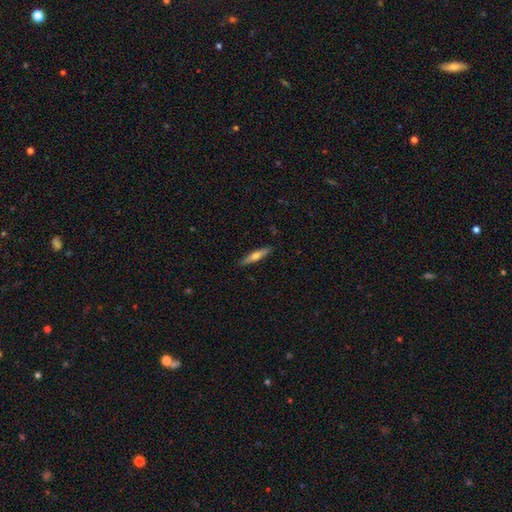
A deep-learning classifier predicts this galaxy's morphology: This is possibly a smooth galaxy (54%). How rounded: clearly cigar-shaped (86%). Merging: clearly none (88%).